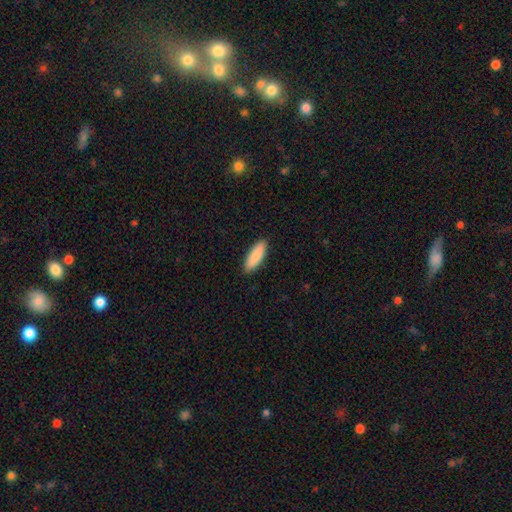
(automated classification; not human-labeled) The model was most divided on "how rounded": in between: 63%, cigar-shaped: 35%, round: 2%. More confident: merging — none (90%); smooth or featured — smooth (89%).